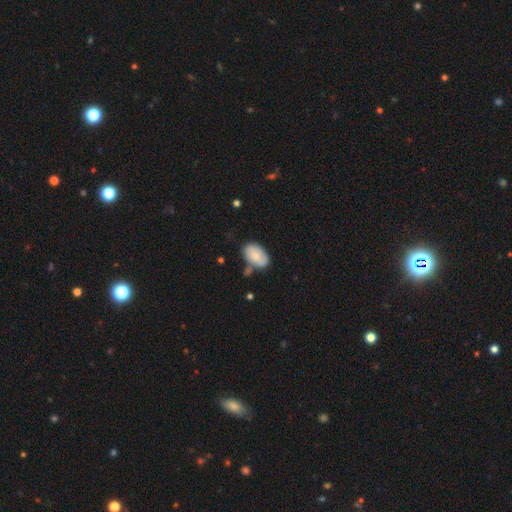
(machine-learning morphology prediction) Overall: smooth (70%). How rounded: in between (92%). Merging: none (56%; minor disturbance 27%).